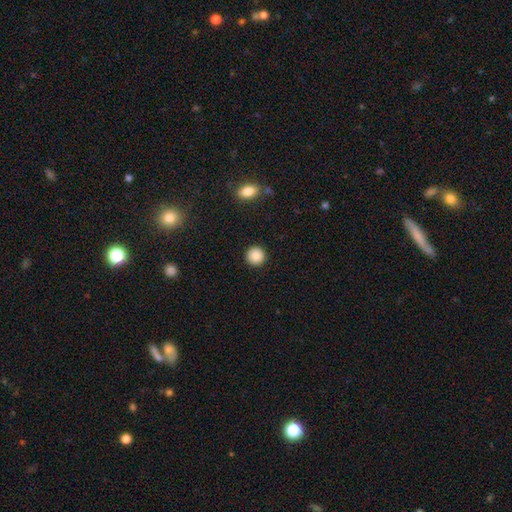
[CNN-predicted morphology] The model was most divided on "smooth or featured": smooth: 87%, star or artifact: 9%, featured or disk: 4%. More confident: how rounded — round (95%); merging — none (93%).